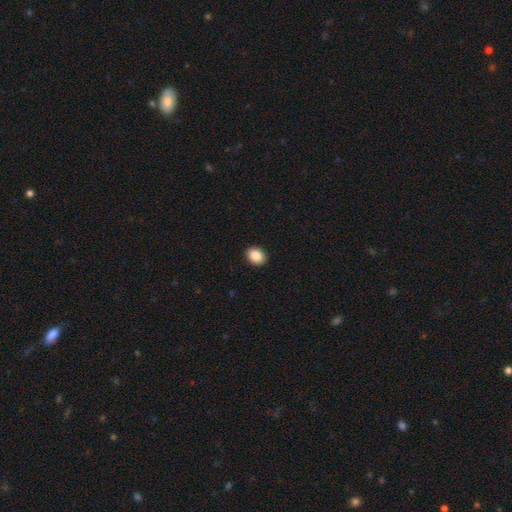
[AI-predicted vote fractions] Smooth or featured: smooth — 86% (star or artifact — 8%)
How rounded: in between — 62% (round — 37%)
Merging: none — 92% (minor disturbance — 6%)